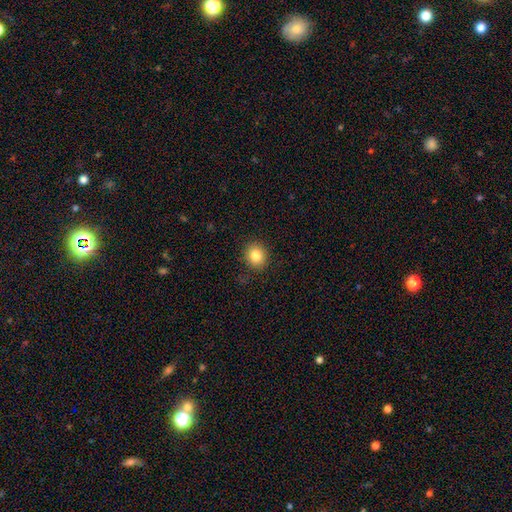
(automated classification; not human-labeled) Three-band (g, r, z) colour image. It shows a smooth galaxy with no disk features (83%) that is round (80%). Merging: none (89%).